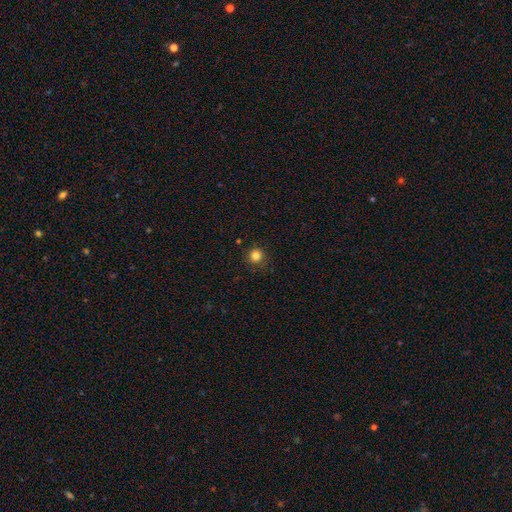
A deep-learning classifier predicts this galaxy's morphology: This appears to be a smooth galaxy with no disk features (83%) that is round (95%). Merging: none (88%).